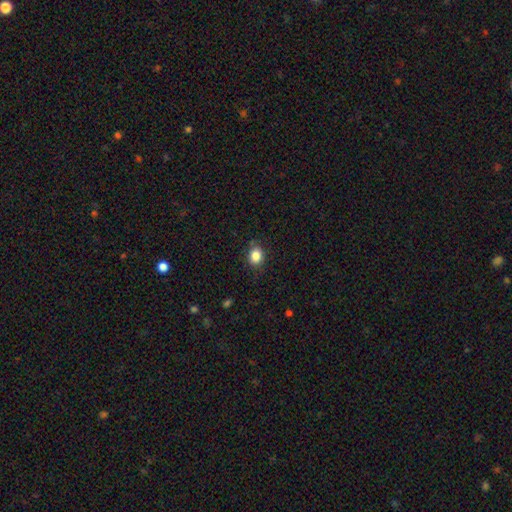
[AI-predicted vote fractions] smooth 85%, star or artifact 10%, featured or disk 5%. Down the decision tree: how rounded — round (52%); merging — none (81%).